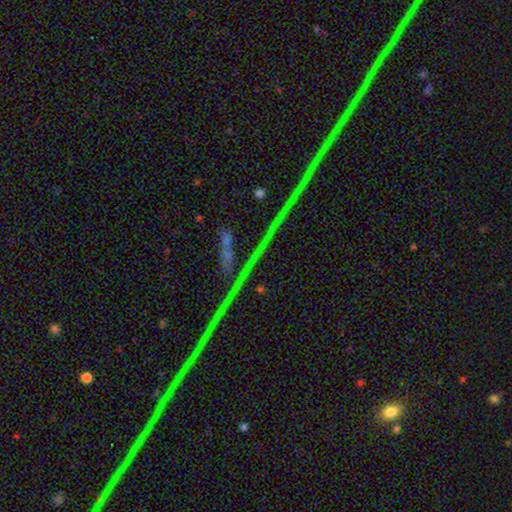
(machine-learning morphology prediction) Smooth or featured? Predicted: star or artifact (p=0.83).